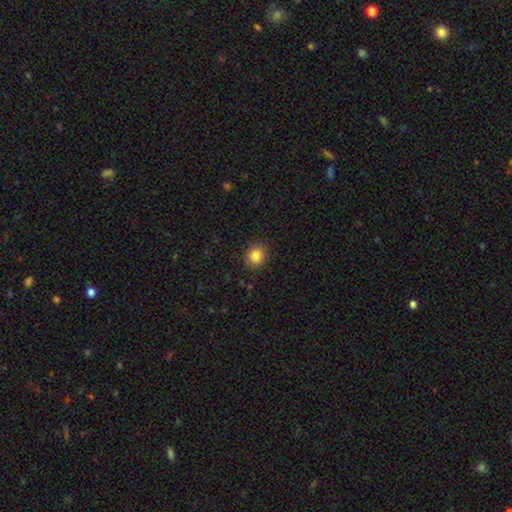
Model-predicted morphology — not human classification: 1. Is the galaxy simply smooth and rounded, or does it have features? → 85% smooth, 10% star or artifact, 6% featured or disk.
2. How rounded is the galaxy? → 56% round, 44% in between, 1% cigar-shaped.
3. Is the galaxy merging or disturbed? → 89% none, 8% minor disturbance, 2% major disturbance, 1% merger.